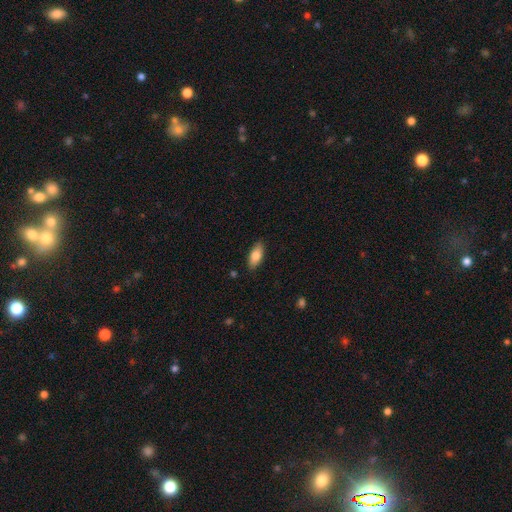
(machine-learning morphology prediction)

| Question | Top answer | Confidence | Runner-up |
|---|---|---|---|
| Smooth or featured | smooth | 82% | featured or disk (12%) |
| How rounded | in between | 87% | cigar-shaped (11%) |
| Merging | none | 88% | minor disturbance (9%) |